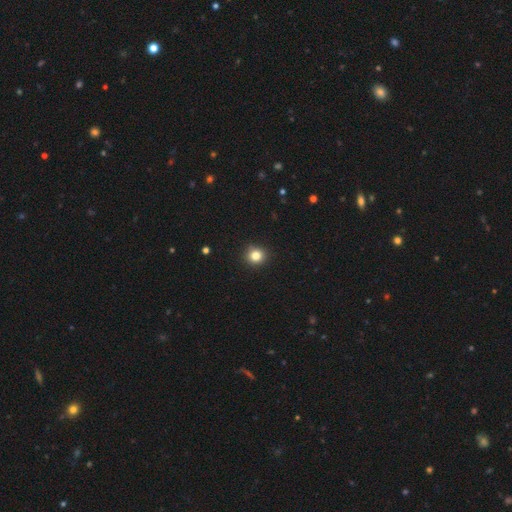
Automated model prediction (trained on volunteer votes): A smooth galaxy with no disk features (82%) that is round (91%).

Vote fractions:
- Smooth or featured? smooth: 82% / star or artifact: 13% / featured or disk: 5%
- How rounded? round: 91% / in between: 8% / cigar-shaped: 1%
- Merging? none: 91% / minor disturbance: 7% / major disturbance: 2% / merger: 1%